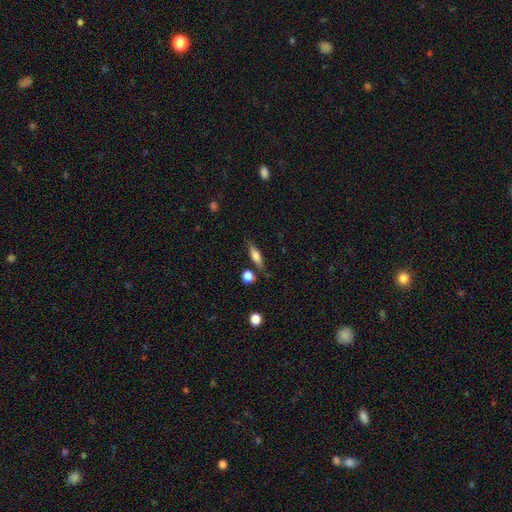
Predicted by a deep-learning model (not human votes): A smooth galaxy with no disk features (65%) that is cigar-shaped (49%).

Vote fractions:
- Smooth or featured? smooth: 65% / featured or disk: 27% / star or artifact: 8%
- How rounded? cigar-shaped: 49% / in between: 47% / round: 5%
- Merging? none: 77% / minor disturbance: 14% / merger: 6% / major disturbance: 4%